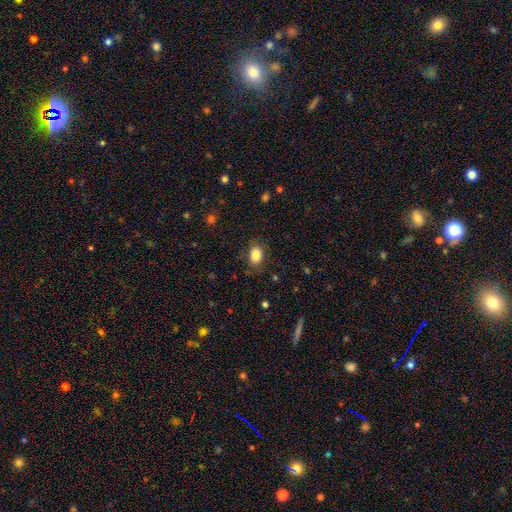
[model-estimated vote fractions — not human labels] Smooth or featured: smooth — 85% (star or artifact — 9%)
How rounded: in between — 81% (round — 18%)
Merging: none — 80% (minor disturbance — 14%)